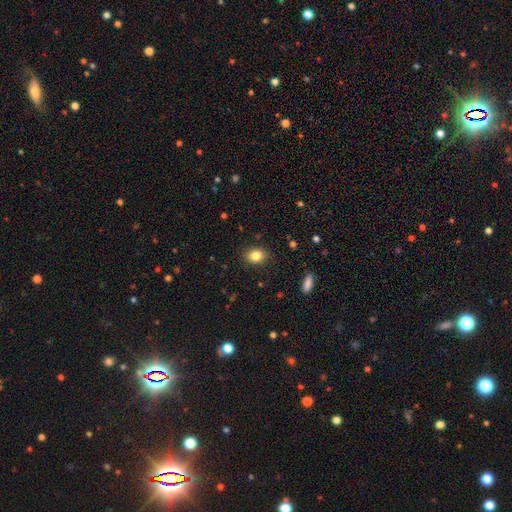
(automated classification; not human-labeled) Smooth or featured? smooth (84%)
How rounded? in between (64%)
Merging? none (88%)